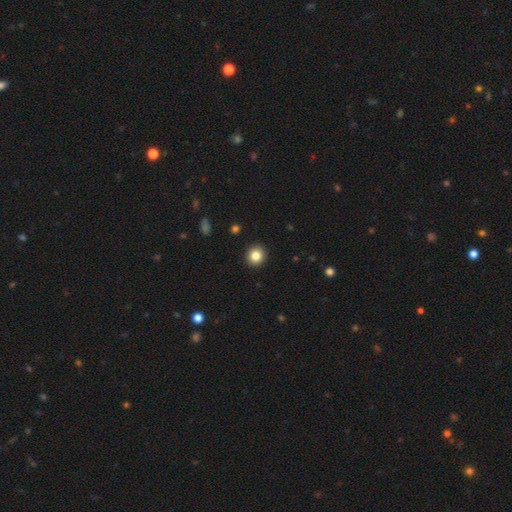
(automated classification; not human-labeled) Overall: smooth (84%). How rounded: round (91%). Merging: none (93%).